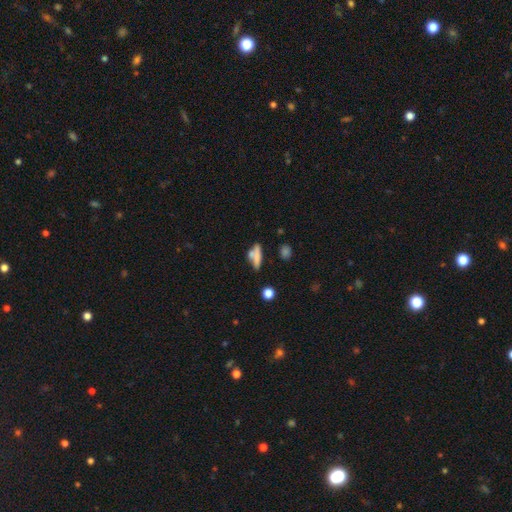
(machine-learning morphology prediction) This is likely a smooth galaxy (63%). How rounded: possibly cigar-shaped (59%). Merging: possibly none (48%).